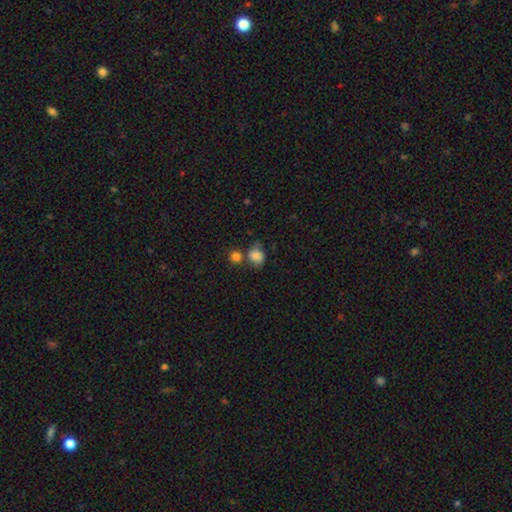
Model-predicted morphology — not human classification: Overall: smooth (80%). How rounded: round (64%; in between 35%). Merging: none (49%; merger 26%).